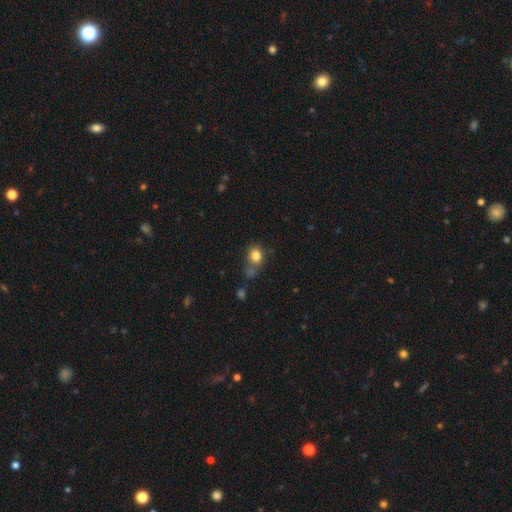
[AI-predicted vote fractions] Smooth or featured? Predicted: smooth (p=0.82). How rounded? Predicted: round (p=0.63). Merging? Predicted: none (p=0.57).